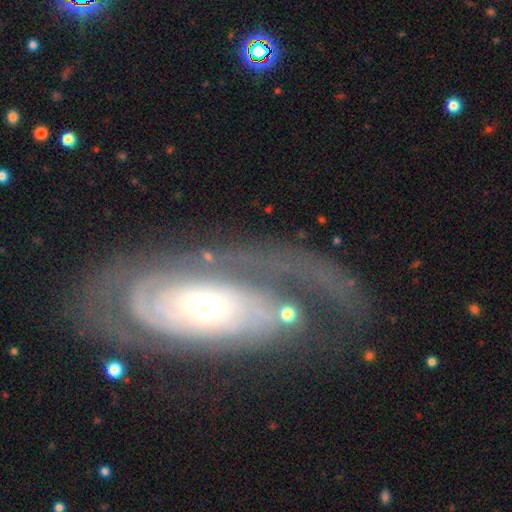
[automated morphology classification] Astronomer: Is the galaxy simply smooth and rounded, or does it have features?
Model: featured or disk — 84%.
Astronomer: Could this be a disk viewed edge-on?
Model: no — 93%.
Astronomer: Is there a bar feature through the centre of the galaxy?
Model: no — 74%.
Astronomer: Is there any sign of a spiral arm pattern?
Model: yes — 92%.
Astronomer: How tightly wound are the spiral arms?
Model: tight — 63%.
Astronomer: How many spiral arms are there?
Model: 2 — 40% (runner-up: can't tell, 30%).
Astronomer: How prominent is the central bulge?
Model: small — 46% (runner-up: moderate, 44%).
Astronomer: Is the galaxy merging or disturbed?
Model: none — 54%.